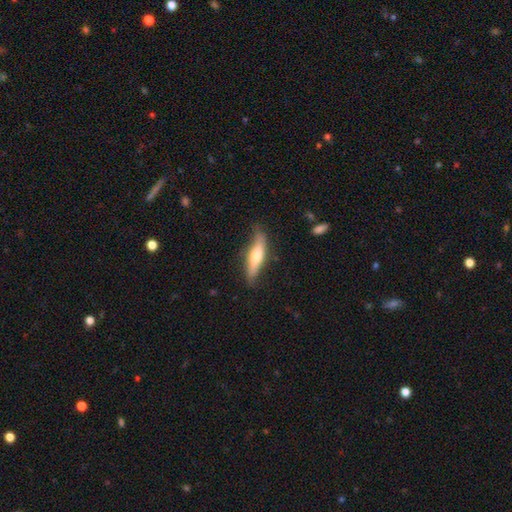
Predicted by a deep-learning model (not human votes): Smooth or featured? smooth (52%)
How rounded? cigar-shaped (73%)
Merging? none (75%)